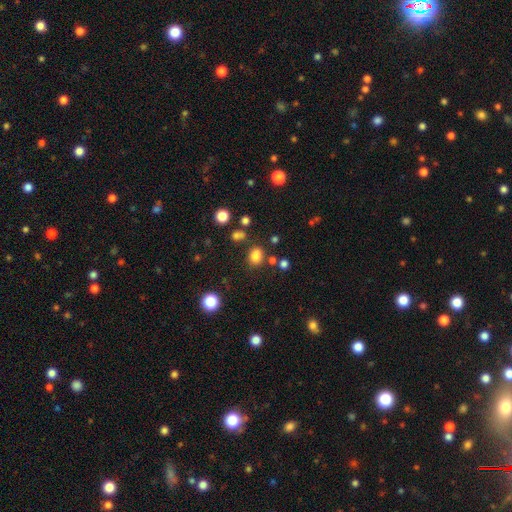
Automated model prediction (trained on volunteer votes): Morphology: type=smooth (80%); roundness=in between (54%); merging=none (74%).